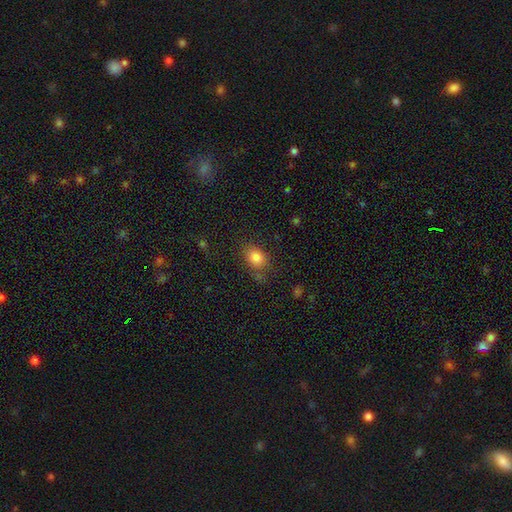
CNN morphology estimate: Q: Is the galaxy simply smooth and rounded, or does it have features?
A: smooth — 79%.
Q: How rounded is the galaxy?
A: in between — 57%.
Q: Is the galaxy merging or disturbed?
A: none — 76%.